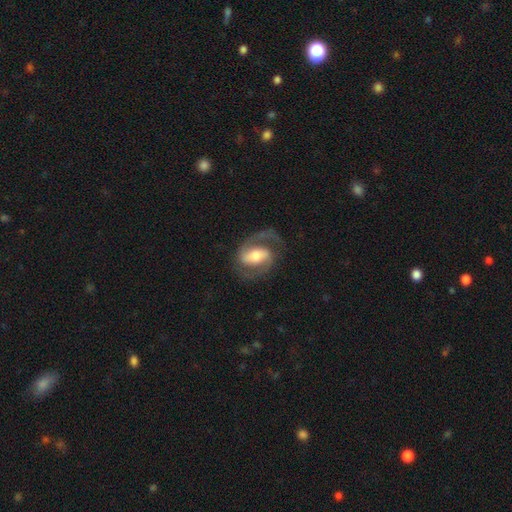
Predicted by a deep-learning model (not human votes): Overall: featured or disk (84%). Edge-on disk: no (97%). Bar: strong (43%; weak 37%). Spiral arms: yes (94%). Spiral arm count: 2 (89%). Spiral winding: medium (55%; tight 24%). Bulge size: moderate (61%). Merging: none (71%).